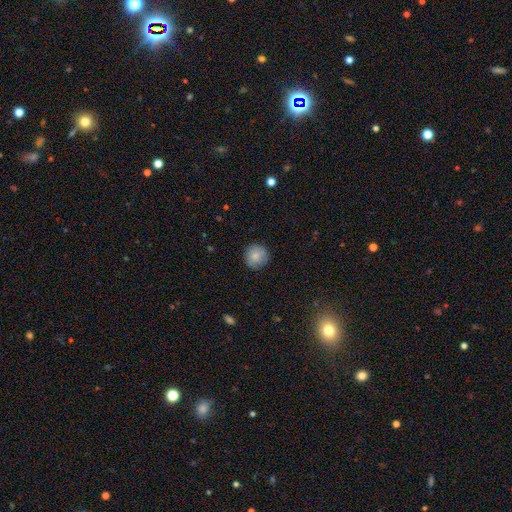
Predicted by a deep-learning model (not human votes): A smooth galaxy with no disk features (80%) that is round (94%).

Vote fractions:
- Smooth or featured? smooth: 80% / featured or disk: 12% / star or artifact: 8%
- How rounded? round: 94% / in between: 5% / cigar-shaped: 1%
- Merging? none: 85% / minor disturbance: 12% / major disturbance: 2% / merger: 1%